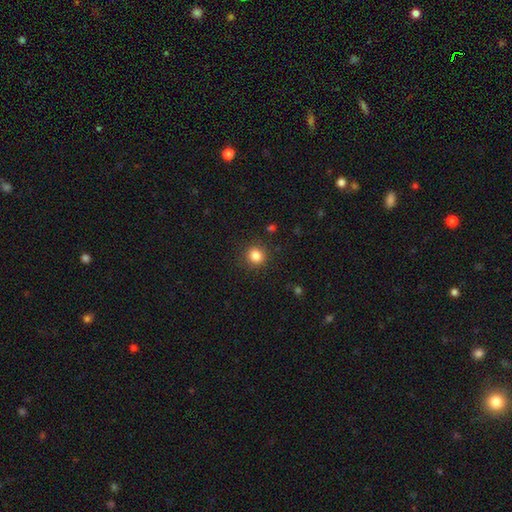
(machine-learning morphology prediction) smooth_or_featured: smooth (p=0.84) [alt: star or artifact p=0.11]
how_rounded: round (p=0.88) [alt: in between p=0.11]
merging: none (p=0.89) [alt: minor disturbance p=0.08]